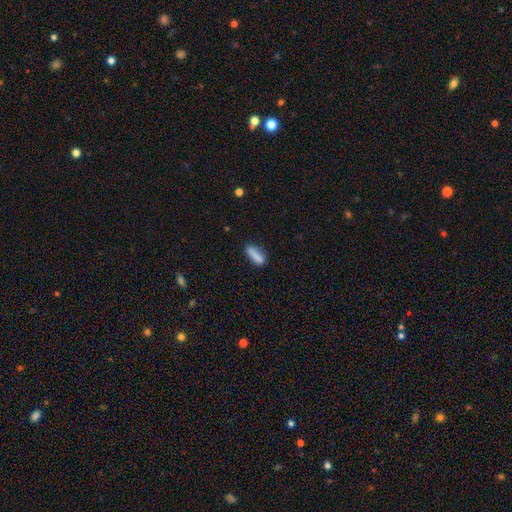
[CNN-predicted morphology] Q: Smooth or featured?
A: smooth (83%); runner-up: featured or disk (9%)
Q: How rounded?
A: in between (54%); runner-up: cigar-shaped (43%)
Q: Merging?
A: none (68%); runner-up: minor disturbance (22%)